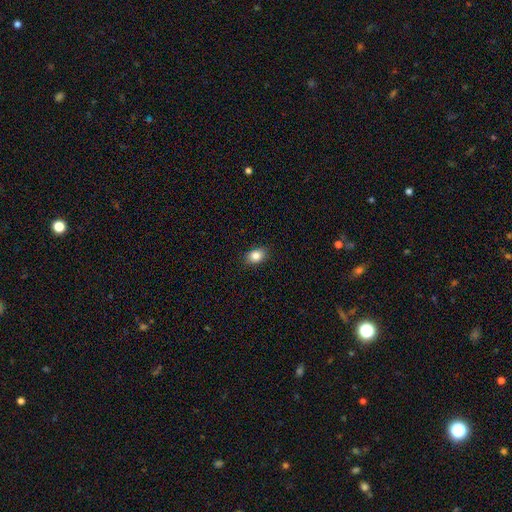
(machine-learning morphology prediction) Q: Smooth or featured?
A: smooth (85%); runner-up: star or artifact (9%)
Q: How rounded?
A: in between (69%); runner-up: round (30%)
Q: Merging?
A: none (87%); runner-up: minor disturbance (10%)